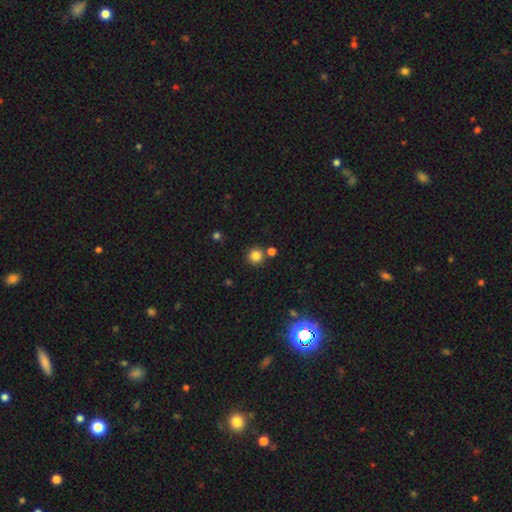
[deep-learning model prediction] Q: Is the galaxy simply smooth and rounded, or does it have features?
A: smooth — 83%.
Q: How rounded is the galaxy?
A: round — 95%.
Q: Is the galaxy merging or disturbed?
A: none — 80%.